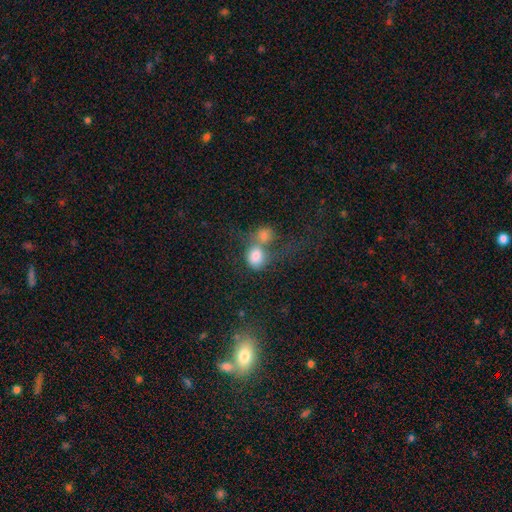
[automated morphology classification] Smooth or featured: smooth — 78% (featured or disk — 12%)
How rounded: round — 56% (in between — 42%)
Merging: merger — 65% (none — 19%)